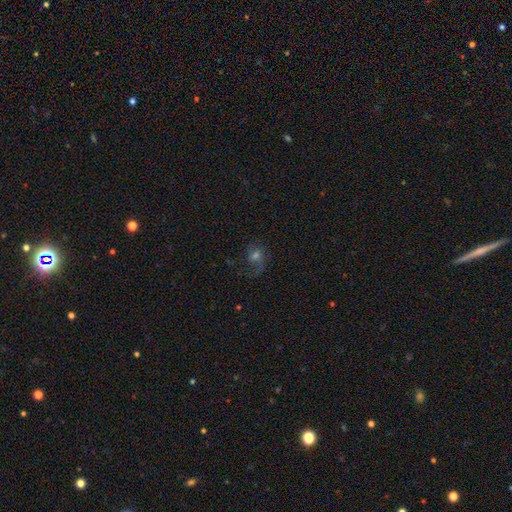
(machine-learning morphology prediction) type=featured or disk (55%); edge-on=no (96%); bar=no (62%); spiral arms=yes (85%); bulge=moderate (49%); merging=none (52%).